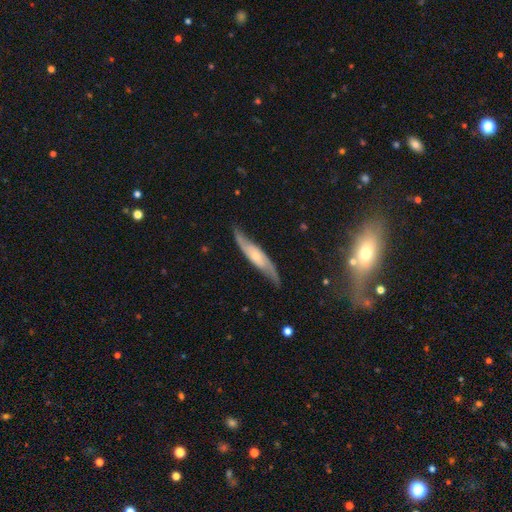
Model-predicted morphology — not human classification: The model was most divided on "edge-on disk": no: 62%, yes: 38%. More confident: merging — none (76%); smooth or featured — featured or disk (73%).